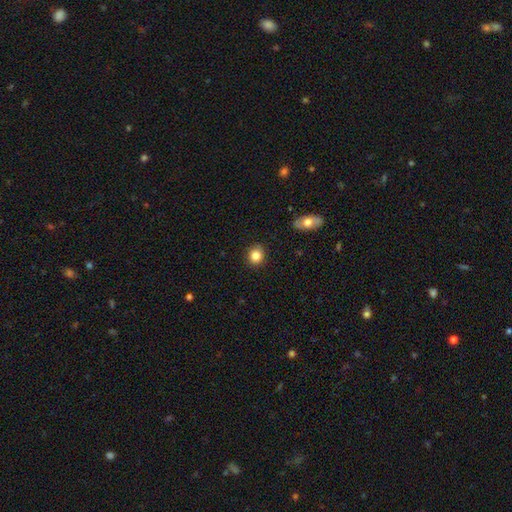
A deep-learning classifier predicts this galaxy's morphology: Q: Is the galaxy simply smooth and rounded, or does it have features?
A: smooth — 84%.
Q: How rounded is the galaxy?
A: round — 79%.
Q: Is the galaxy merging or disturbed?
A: none — 88%.